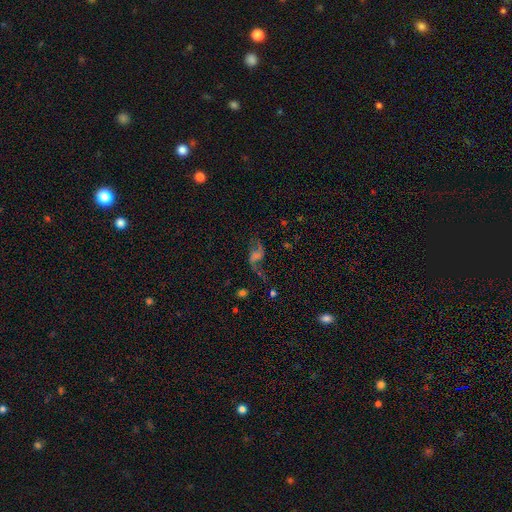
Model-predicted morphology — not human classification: A featured or disk galaxy (64%) with no bar (45%), 2 (85%) loose (86%) spiral arms (84%) and no central bulge (57%). Merging: none (52%).